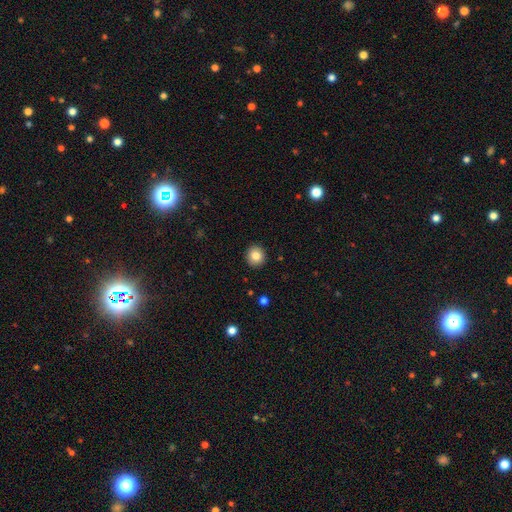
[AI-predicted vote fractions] Smooth or featured: smooth — 84% (star or artifact — 9%)
How rounded: round — 90% (in between — 9%)
Merging: none — 92% (minor disturbance — 6%)